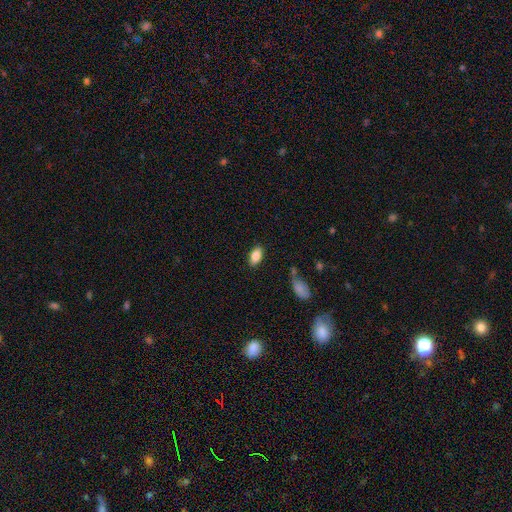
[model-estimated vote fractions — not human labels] Smooth or featured? Predicted: smooth (p=0.85). How rounded? Predicted: in between (p=0.92). Merging? Predicted: none (p=0.84).